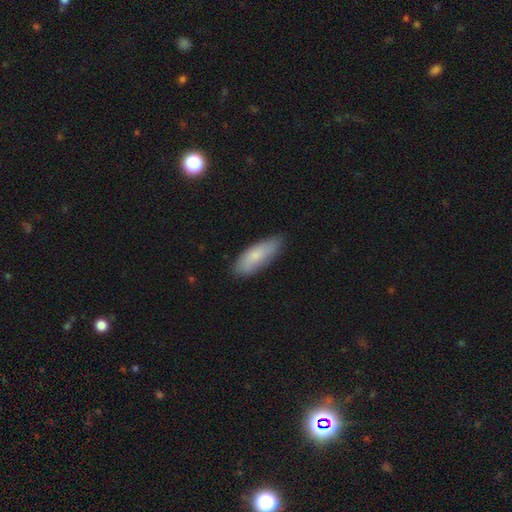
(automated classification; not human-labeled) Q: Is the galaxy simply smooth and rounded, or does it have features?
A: smooth — 77%.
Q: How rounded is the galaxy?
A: in between — 66%.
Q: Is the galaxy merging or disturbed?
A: none — 76%.